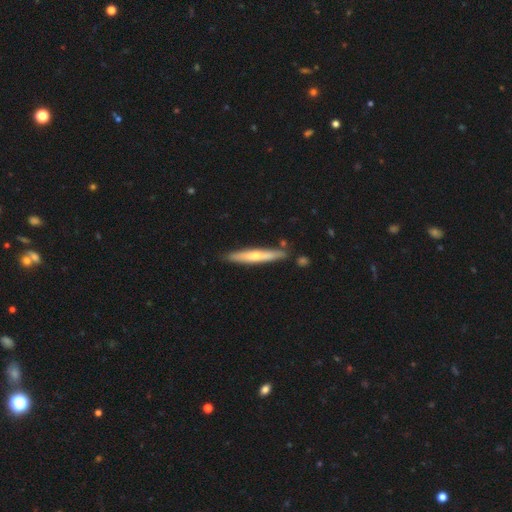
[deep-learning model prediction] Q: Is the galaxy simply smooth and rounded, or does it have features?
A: featured or disk — 59%.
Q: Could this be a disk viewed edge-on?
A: yes — 91%.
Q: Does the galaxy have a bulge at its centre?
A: rounded — 79%.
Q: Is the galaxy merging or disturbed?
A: none — 82%.